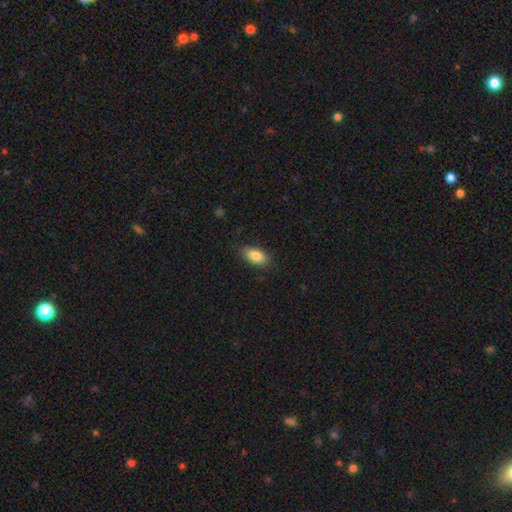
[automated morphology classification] Overall: smooth (86%). How rounded: in between (91%). Merging: none (84%).